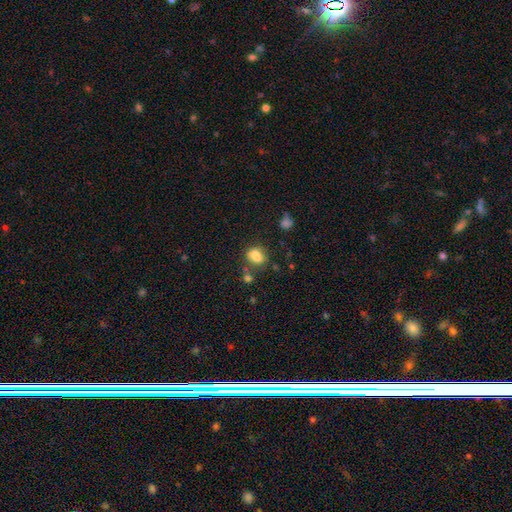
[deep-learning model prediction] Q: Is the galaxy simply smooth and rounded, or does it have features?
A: smooth — 76%.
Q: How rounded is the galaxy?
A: in between — 57%.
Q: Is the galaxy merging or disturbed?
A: none — 53%.